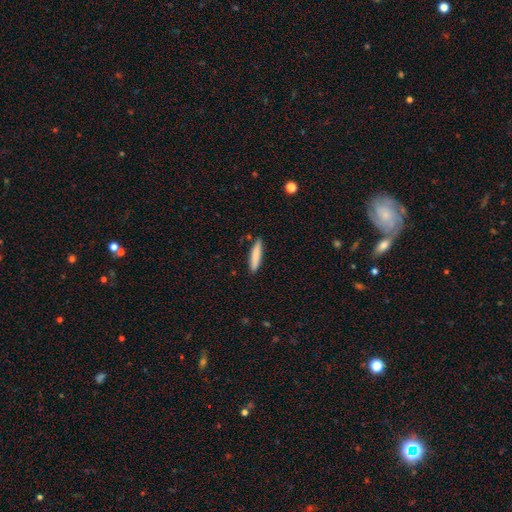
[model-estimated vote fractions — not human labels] Smooth or featured? Predicted: smooth (p=0.82). How rounded? Predicted: cigar-shaped (p=0.88). Merging? Predicted: none (p=0.88).